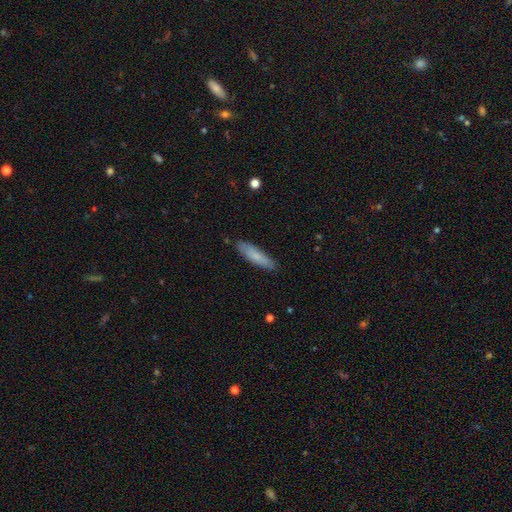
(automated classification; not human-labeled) Q: Smooth or featured?
A: smooth (77%); runner-up: featured or disk (17%)
Q: How rounded?
A: cigar-shaped (71%); runner-up: in between (27%)
Q: Merging?
A: none (84%); runner-up: minor disturbance (13%)